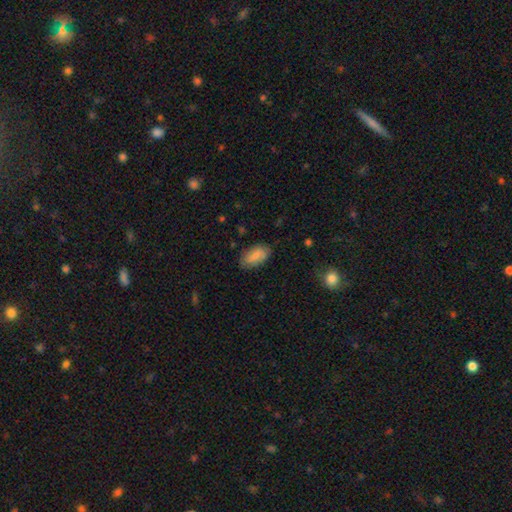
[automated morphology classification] Q: Smooth or featured?
A: smooth (81%); runner-up: featured or disk (13%)
Q: How rounded?
A: in between (92%); runner-up: cigar-shaped (5%)
Q: Merging?
A: none (78%); runner-up: minor disturbance (16%)